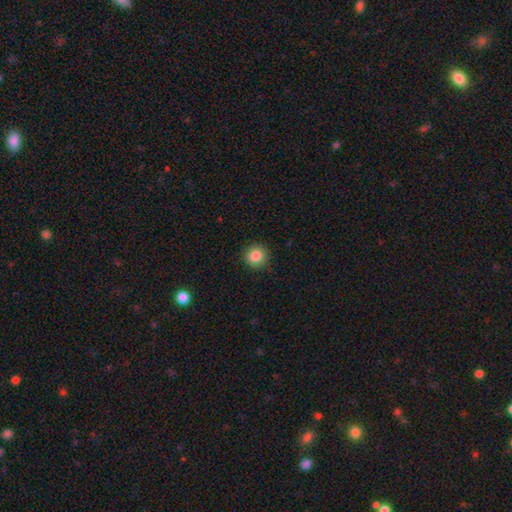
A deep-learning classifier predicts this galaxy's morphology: Smooth or featured: smooth — 85% (star or artifact — 10%)
How rounded: round — 92% (in between — 7%)
Merging: none — 91% (minor disturbance — 6%)